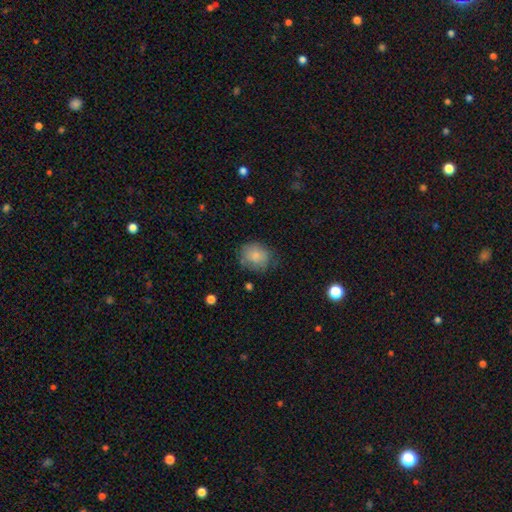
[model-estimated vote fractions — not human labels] This appears to be a smooth galaxy with no disk features (81%) that is round (61%). Merging: none (70%).